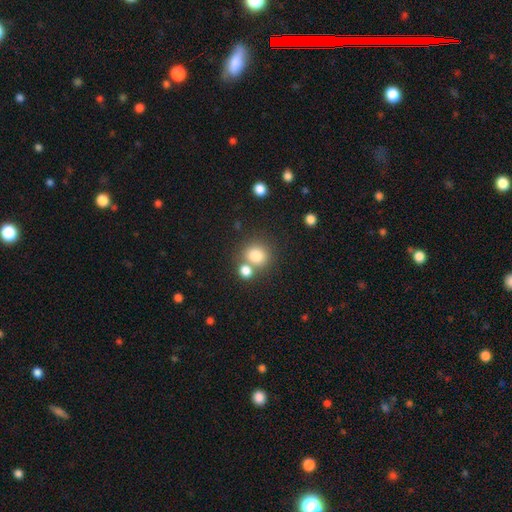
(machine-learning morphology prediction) Q: Smooth or featured?
A: smooth (81%); runner-up: star or artifact (12%)
Q: How rounded?
A: round (80%); runner-up: in between (19%)
Q: Merging?
A: none (57%); runner-up: merger (30%)